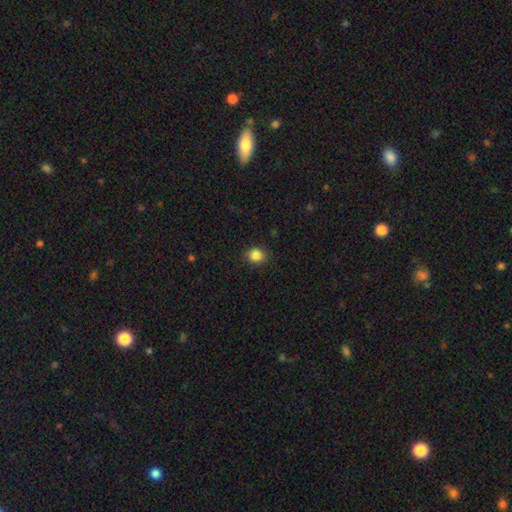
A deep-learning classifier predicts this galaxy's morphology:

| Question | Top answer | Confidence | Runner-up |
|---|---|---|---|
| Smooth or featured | smooth | 86% | star or artifact (10%) |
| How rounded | round | 75% | in between (24%) |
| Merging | none | 88% | minor disturbance (9%) |